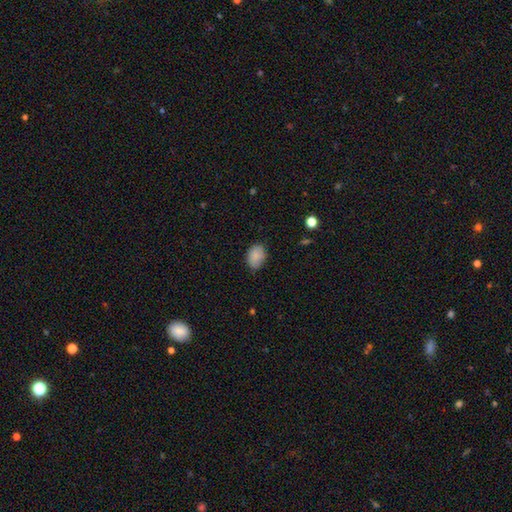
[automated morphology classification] A smooth galaxy with no disk features (86%) that is in between round and cigar-shaped (77%).

Vote fractions:
- Smooth or featured? smooth: 86% / star or artifact: 8% / featured or disk: 7%
- How rounded? in between: 77% / round: 22% / cigar-shaped: 1%
- Merging? none: 70% / minor disturbance: 25% / major disturbance: 4% / merger: 1%